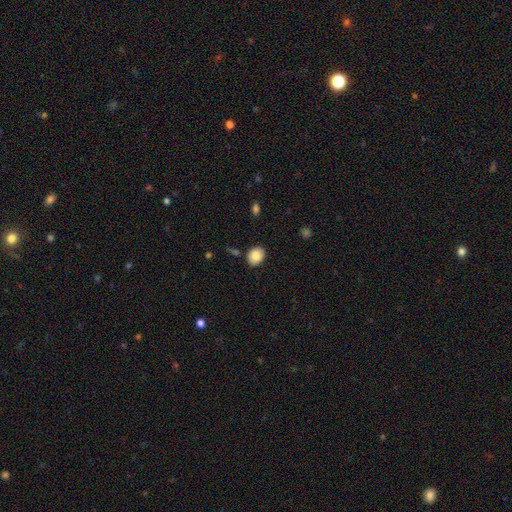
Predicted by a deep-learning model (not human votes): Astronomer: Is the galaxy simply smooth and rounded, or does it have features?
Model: smooth — 86%.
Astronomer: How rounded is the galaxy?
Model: round — 52% (runner-up: in between, 48%).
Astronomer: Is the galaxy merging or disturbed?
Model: none — 84%.